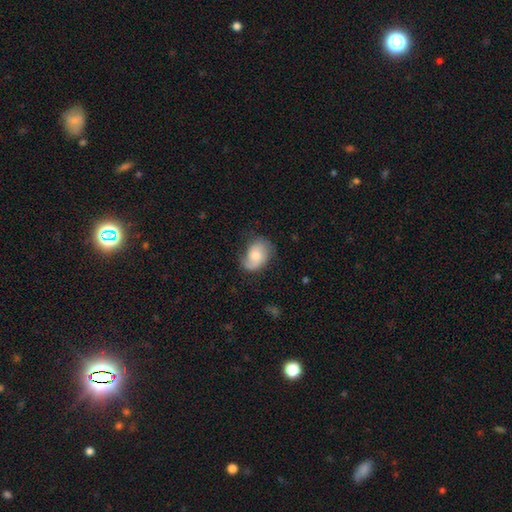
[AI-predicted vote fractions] This is possibly a smooth galaxy (48%). Merging: likely none (61%).